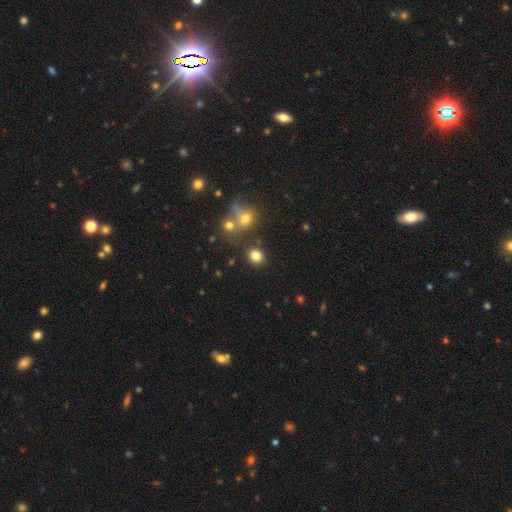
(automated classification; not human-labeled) Smooth or featured: smooth — 80% (star or artifact — 13%)
How rounded: round — 73% (in between — 26%)
Merging: none — 77% (merger — 10%)